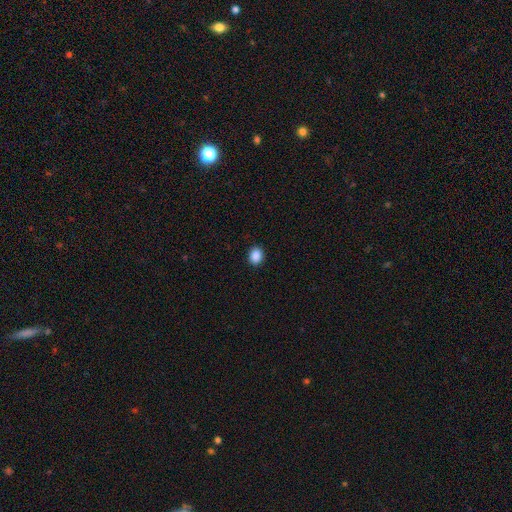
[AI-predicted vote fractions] Morphology: type=smooth (89%); roundness=in between (53%); merging=none (91%).